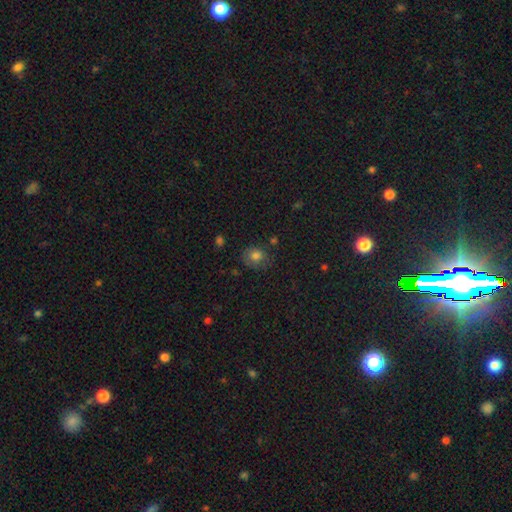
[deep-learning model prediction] Smooth or featured? smooth (78%)
How rounded? round (70%)
Merging? none (71%)